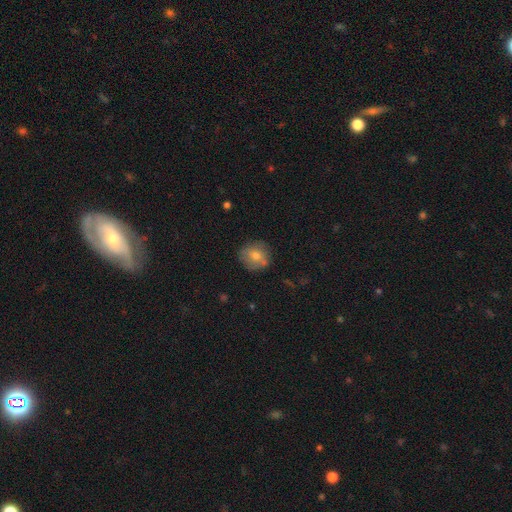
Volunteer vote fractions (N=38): A smooth galaxy with no disk features (76%) that is round (79%). Merging: none (70%).